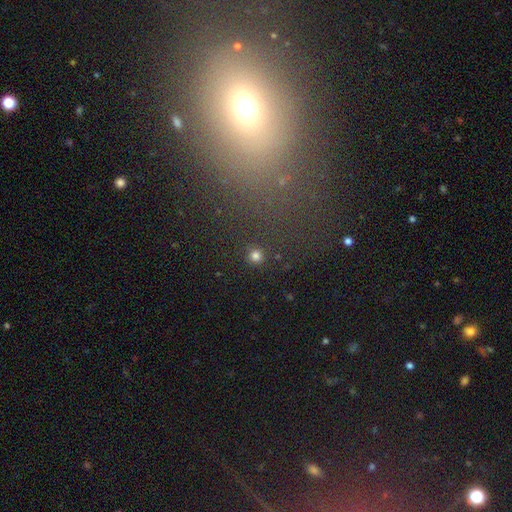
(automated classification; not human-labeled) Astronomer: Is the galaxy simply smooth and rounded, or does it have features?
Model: smooth — 80%.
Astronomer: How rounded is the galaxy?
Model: round — 96%.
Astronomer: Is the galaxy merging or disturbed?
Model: none — 90%.